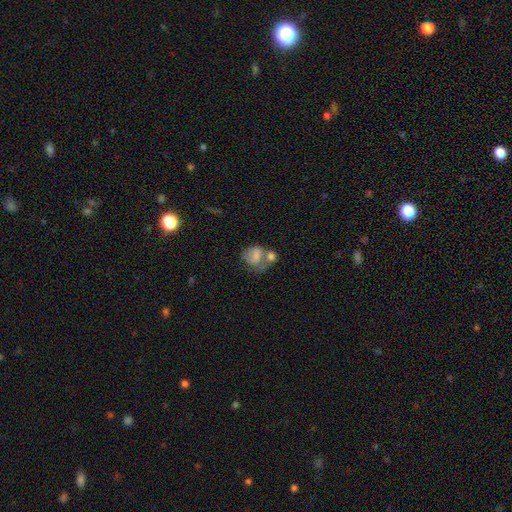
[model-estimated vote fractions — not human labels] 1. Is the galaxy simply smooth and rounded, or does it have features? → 65% smooth, 25% featured or disk, 10% star or artifact.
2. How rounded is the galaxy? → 50% round, 49% in between, 1% cigar-shaped.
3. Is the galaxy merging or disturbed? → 42% merger, 23% none, 19% major disturbance, 16% minor disturbance.